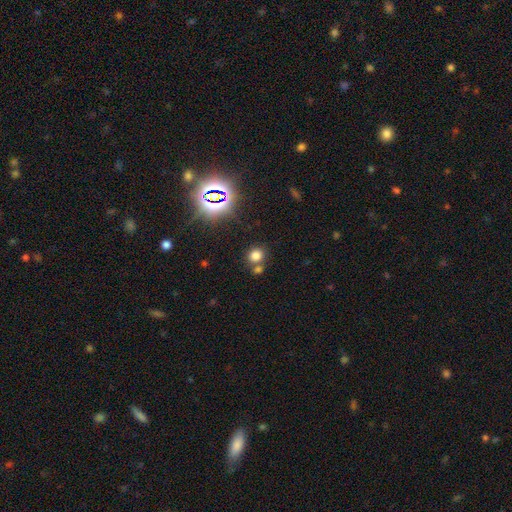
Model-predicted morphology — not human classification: type=smooth (72%); roundness=round (81%); merging=none (64%).